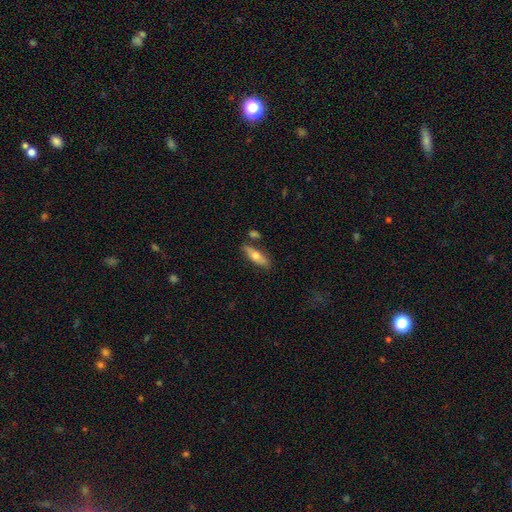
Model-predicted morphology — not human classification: Smooth or featured: smooth — 62% (featured or disk — 32%)
How rounded: in between — 54% (cigar-shaped — 43%)
Merging: none — 75% (minor disturbance — 14%)